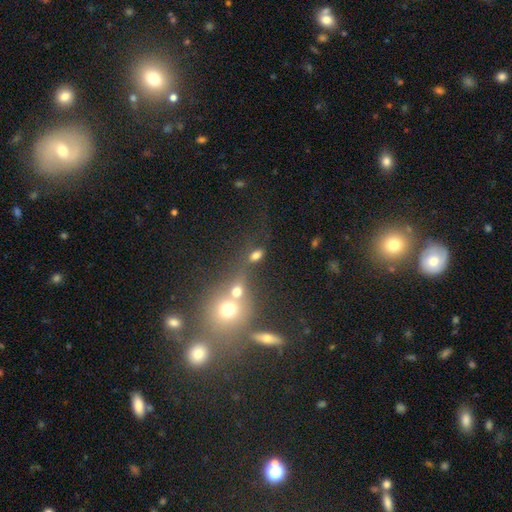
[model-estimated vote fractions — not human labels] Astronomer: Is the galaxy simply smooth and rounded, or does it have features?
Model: smooth — 71%.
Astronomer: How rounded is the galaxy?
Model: in between — 78%.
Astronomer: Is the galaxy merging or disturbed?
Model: none — 52%.